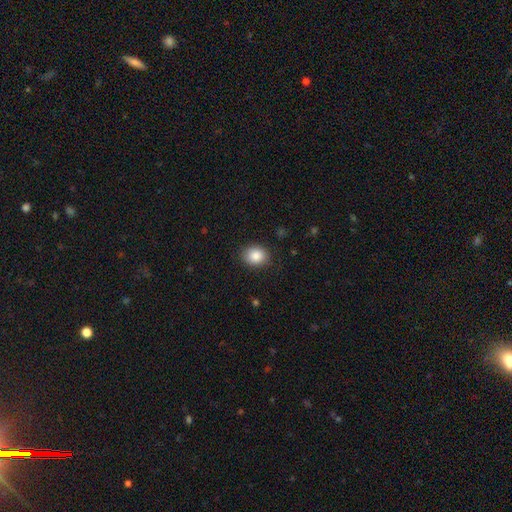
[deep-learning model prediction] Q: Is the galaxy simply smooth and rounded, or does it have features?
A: smooth — 87%.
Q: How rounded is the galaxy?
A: round — 52%.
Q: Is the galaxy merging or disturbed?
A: none — 85%.